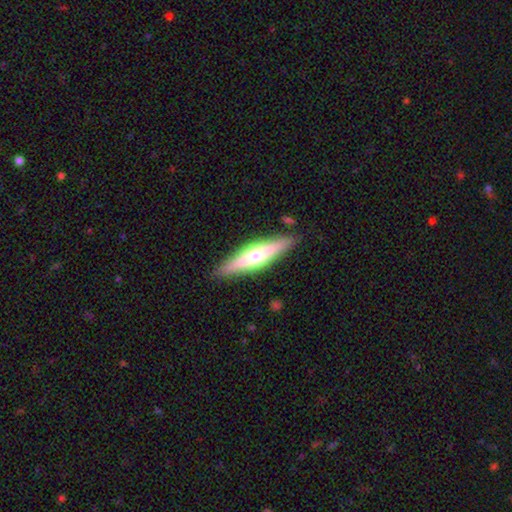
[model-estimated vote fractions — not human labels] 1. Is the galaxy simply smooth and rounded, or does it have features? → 58% featured or disk, 36% smooth, 6% star or artifact.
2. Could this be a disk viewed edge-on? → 94% yes, 6% no.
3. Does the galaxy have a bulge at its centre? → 91% rounded, 5% boxy, 4% none.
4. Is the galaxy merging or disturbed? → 87% none, 9% minor disturbance, 2% major disturbance, 1% merger.